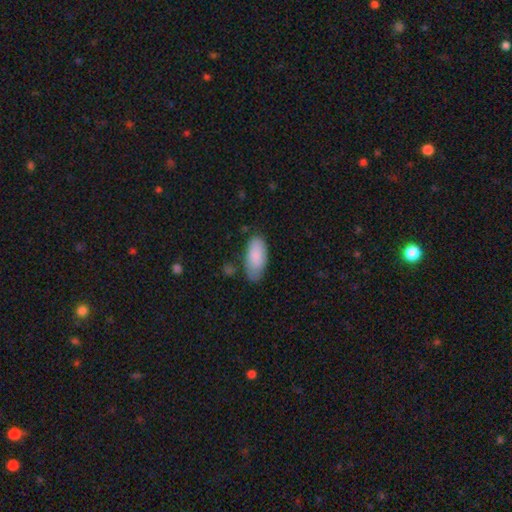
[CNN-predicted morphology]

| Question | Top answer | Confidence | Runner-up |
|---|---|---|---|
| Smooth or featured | smooth | 86% | featured or disk (8%) |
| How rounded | in between | 89% | cigar-shaped (10%) |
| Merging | none | 69% | minor disturbance (23%) |